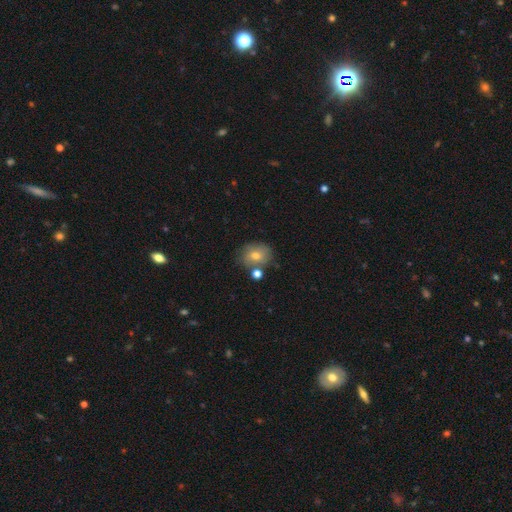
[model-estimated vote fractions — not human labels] Smooth or featured? smooth (67%)
How rounded? round (59%)
Merging? none (67%)